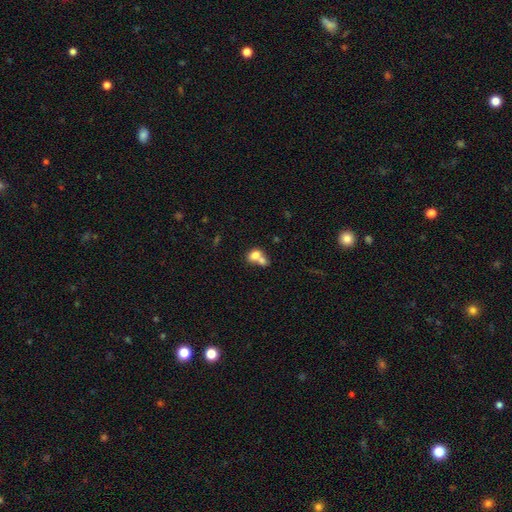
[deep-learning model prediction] Smooth or featured: smooth — 74% (featured or disk — 17%)
How rounded: in between — 59% (round — 39%)
Merging: merger — 67% (none — 23%)